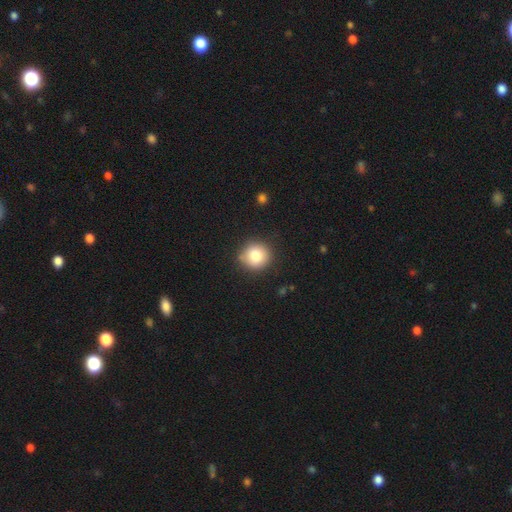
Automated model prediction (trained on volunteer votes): A smooth galaxy with no disk features (80%) that is round (91%). Merging: none (85%).